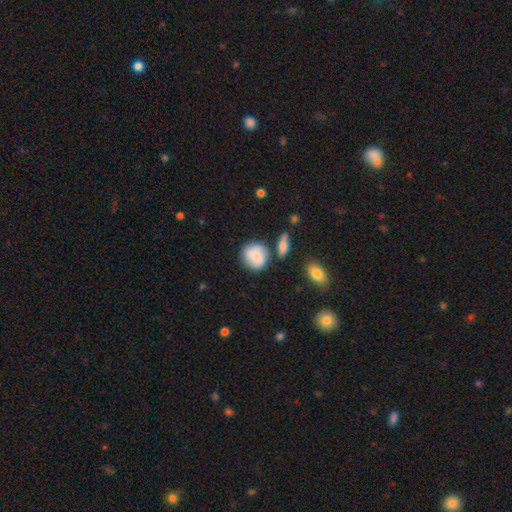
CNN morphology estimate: Smooth or featured?
  - smooth: 72% *
  - featured or disk: 21%
  - star or artifact: 7%
How rounded?
  - round: 82% *
  - in between: 17%
  - cigar-shaped: 1%
Merging?
  - none: 68% *
  - minor disturbance: 17%
  - merger: 11%
  - major disturbance: 4%